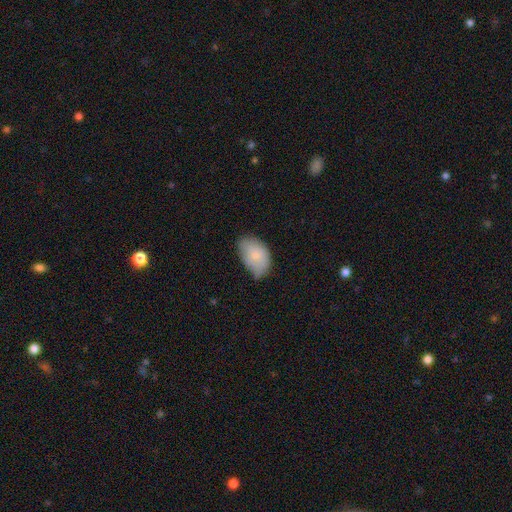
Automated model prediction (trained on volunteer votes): Smooth or featured? Predicted: smooth (p=0.79). How rounded? Predicted: in between (p=0.91). Merging? Predicted: none (p=0.50).